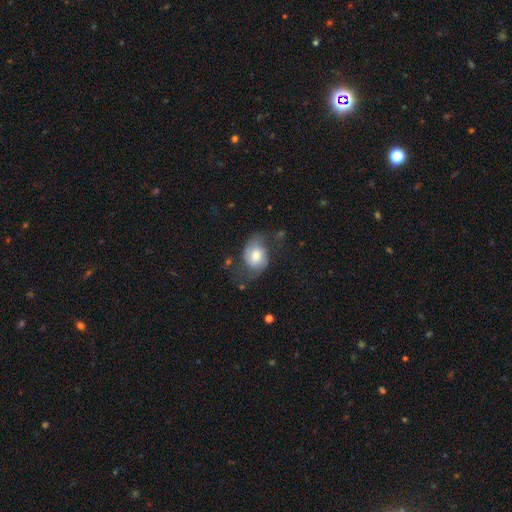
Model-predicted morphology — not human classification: This is possibly a smooth galaxy (54%). How rounded: likely in between (71%). Merging: marginally none (44%).